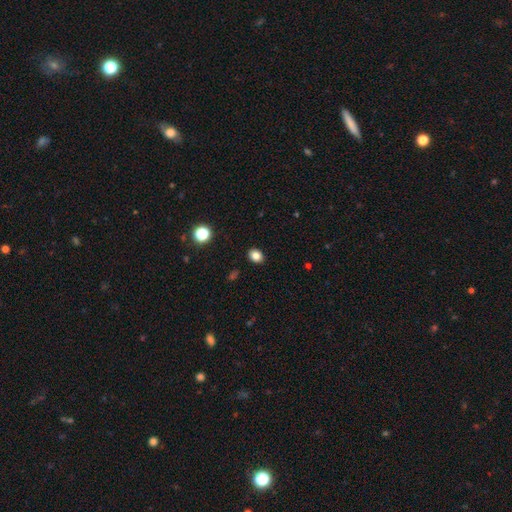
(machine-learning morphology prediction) Q: Smooth or featured?
A: smooth (83%); runner-up: star or artifact (11%)
Q: How rounded?
A: in between (56%); runner-up: round (43%)
Q: Merging?
A: none (90%); runner-up: minor disturbance (7%)